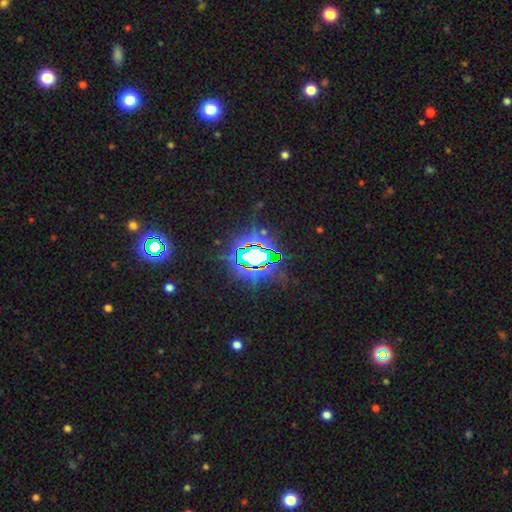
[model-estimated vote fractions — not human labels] A star or artifact, not a galaxy (77%).